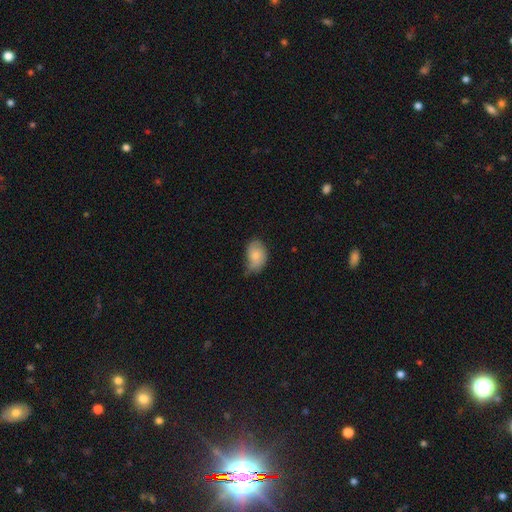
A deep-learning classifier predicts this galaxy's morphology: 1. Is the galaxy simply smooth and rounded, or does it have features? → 74% smooth, 19% featured or disk, 7% star or artifact.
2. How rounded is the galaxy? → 83% in between, 16% round, 1% cigar-shaped.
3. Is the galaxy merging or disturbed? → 43% minor disturbance, 41% none, 13% major disturbance, 2% merger.